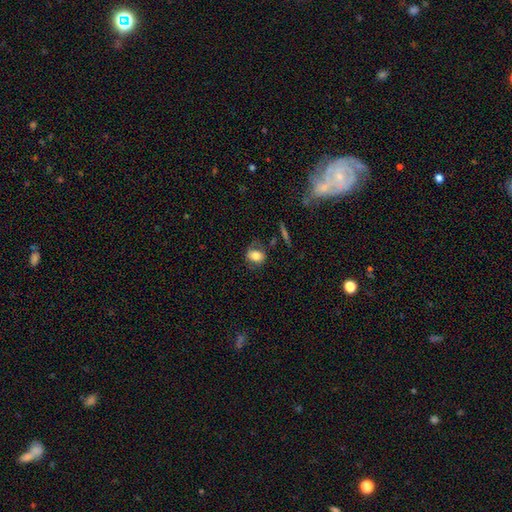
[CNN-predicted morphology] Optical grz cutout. It shows a smooth galaxy with no disk features (76%) that is in between round and cigar-shaped (55%). Merging: none (70%).